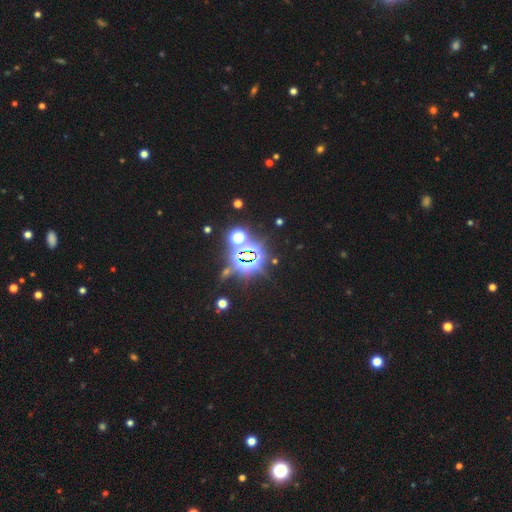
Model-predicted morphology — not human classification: This appears to be a star or artifact, not a galaxy (82%).